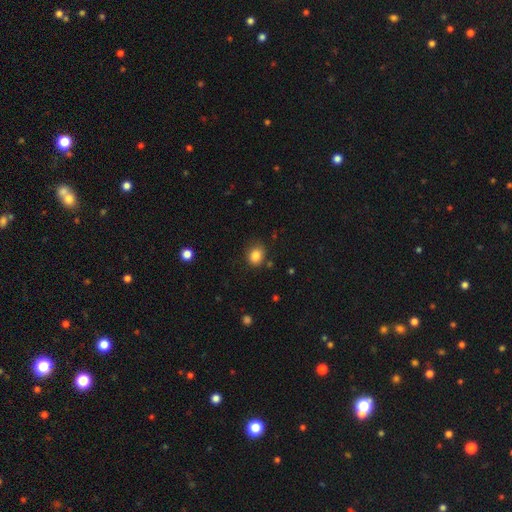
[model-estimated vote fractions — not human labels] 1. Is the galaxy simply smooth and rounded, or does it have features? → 84% smooth, 11% star or artifact, 5% featured or disk.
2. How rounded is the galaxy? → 63% round, 36% in between, 1% cigar-shaped.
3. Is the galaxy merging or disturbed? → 79% none, 15% minor disturbance, 4% major disturbance, 3% merger.